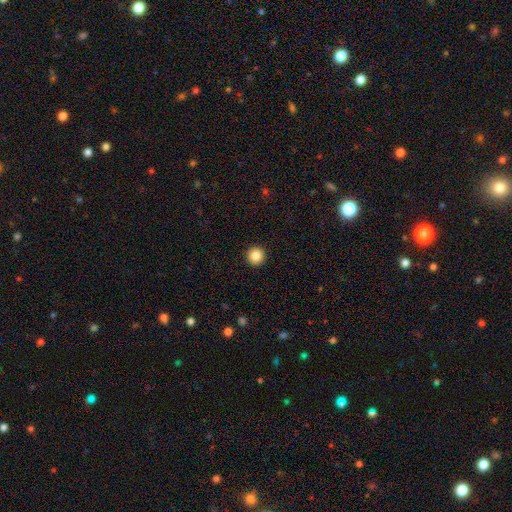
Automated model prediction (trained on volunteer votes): Smooth or featured? smooth (85%)
How rounded? round (96%)
Merging? none (94%)